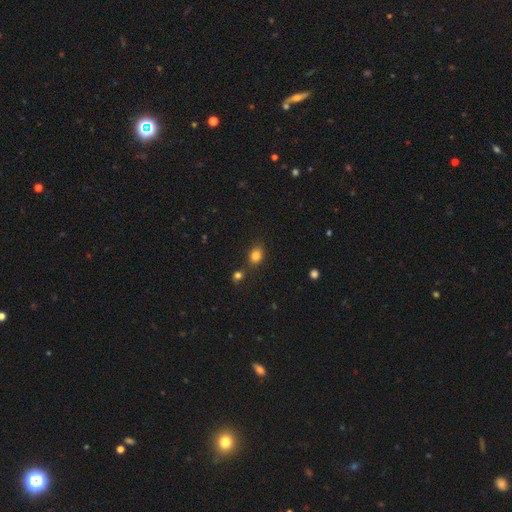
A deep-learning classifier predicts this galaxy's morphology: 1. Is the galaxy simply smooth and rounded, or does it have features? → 82% smooth, 12% star or artifact, 6% featured or disk.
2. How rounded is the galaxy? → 62% in between, 37% round, 1% cigar-shaped.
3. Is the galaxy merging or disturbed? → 72% none, 13% minor disturbance, 11% merger, 4% major disturbance.